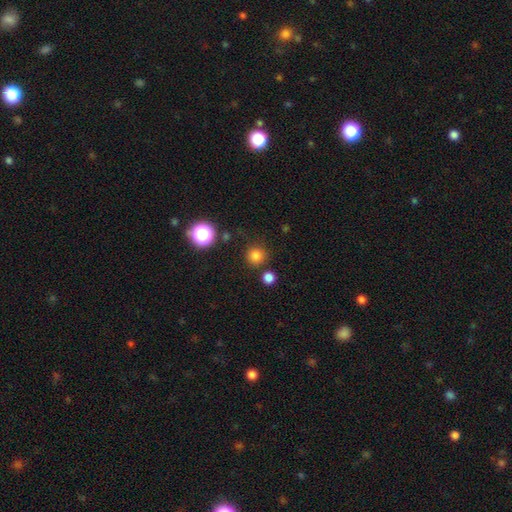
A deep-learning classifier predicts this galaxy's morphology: Q: Smooth or featured?
A: smooth (79%); runner-up: star or artifact (17%)
Q: How rounded?
A: round (95%); runner-up: in between (4%)
Q: Merging?
A: none (84%); runner-up: minor disturbance (7%)